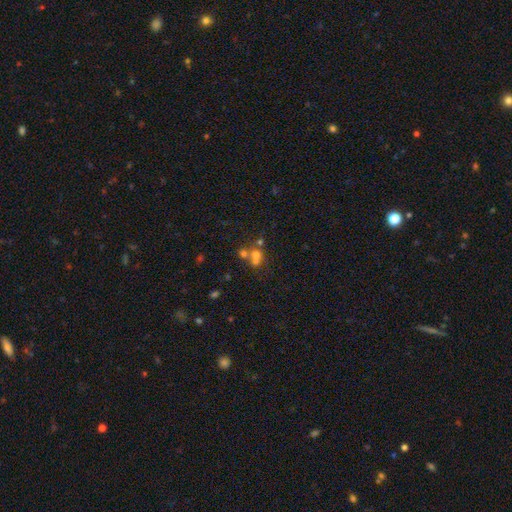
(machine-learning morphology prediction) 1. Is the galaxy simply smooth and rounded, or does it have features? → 58% smooth, 21% featured or disk, 21% star or artifact.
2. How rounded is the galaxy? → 76% round, 23% in between, 1% cigar-shaped.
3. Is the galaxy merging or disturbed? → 54% merger, 35% none, 7% minor disturbance, 5% major disturbance.